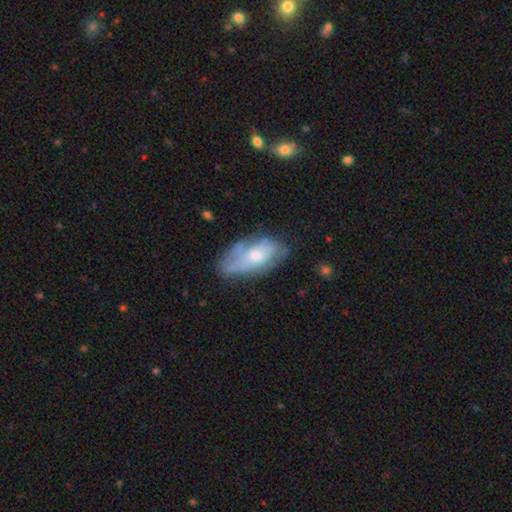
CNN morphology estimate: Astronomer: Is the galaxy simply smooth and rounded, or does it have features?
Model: featured or disk — 49% (runner-up: smooth, 43%).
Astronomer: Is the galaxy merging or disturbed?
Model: none — 47% (runner-up: minor disturbance, 32%).